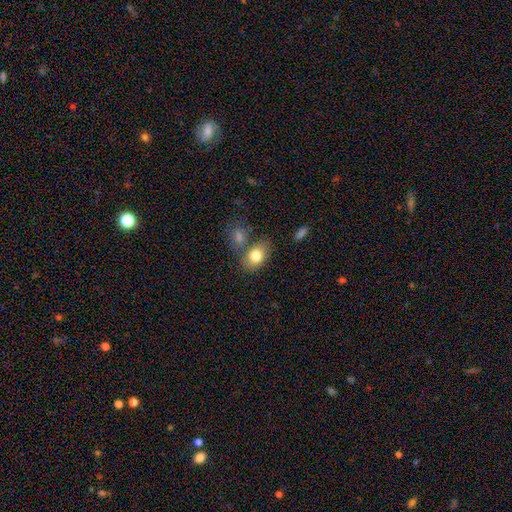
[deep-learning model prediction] A smooth galaxy with no disk features (80%) that is in between round and cigar-shaped (78%).

Vote fractions:
- Smooth or featured? smooth: 80% / featured or disk: 12% / star or artifact: 8%
- How rounded? in between: 78% / round: 21% / cigar-shaped: 1%
- Merging? none: 59% / merger: 22% / minor disturbance: 14% / major disturbance: 5%